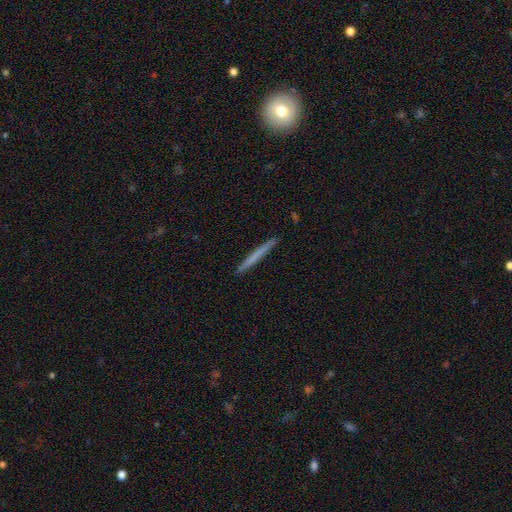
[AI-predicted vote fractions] Smooth or featured? Predicted: smooth (p=0.61). How rounded? Predicted: cigar-shaped (p=0.97). Merging? Predicted: none (p=0.93).